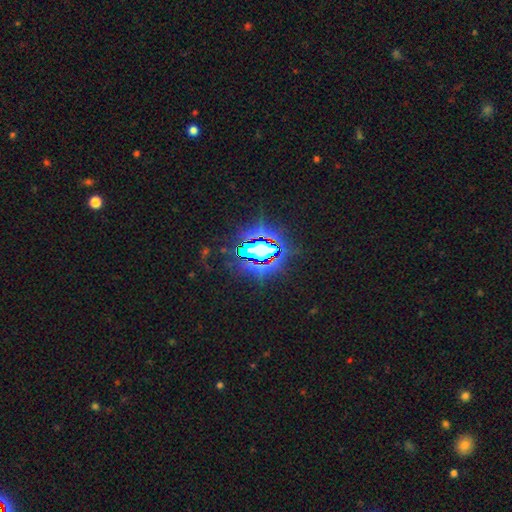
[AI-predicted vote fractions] Morphology: type=star or artifact (83%).